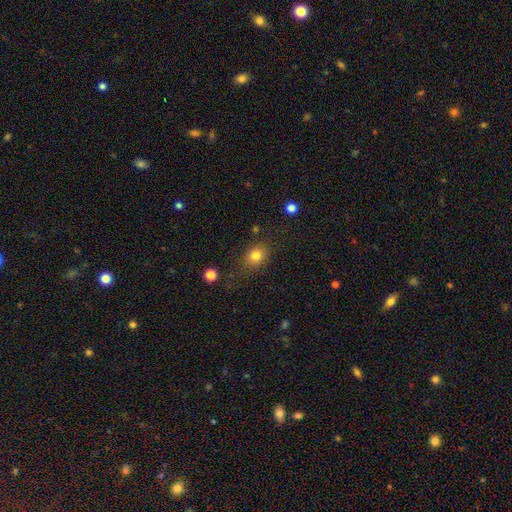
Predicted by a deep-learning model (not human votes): A smooth galaxy with no disk features (80%) that is round (56%).

Vote fractions:
- Smooth or featured? smooth: 80% / star or artifact: 12% / featured or disk: 8%
- How rounded? round: 56% / in between: 43% / cigar-shaped: 1%
- Merging? none: 76% / minor disturbance: 15% / major disturbance: 6% / merger: 3%